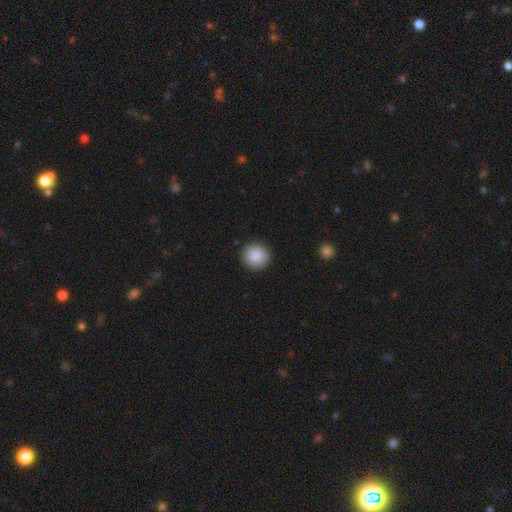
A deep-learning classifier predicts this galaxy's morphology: smooth_or_featured: smooth (p=0.87) [alt: star or artifact p=0.08]
how_rounded: round (p=0.94) [alt: in between p=0.05]
merging: none (p=0.92) [alt: minor disturbance p=0.05]